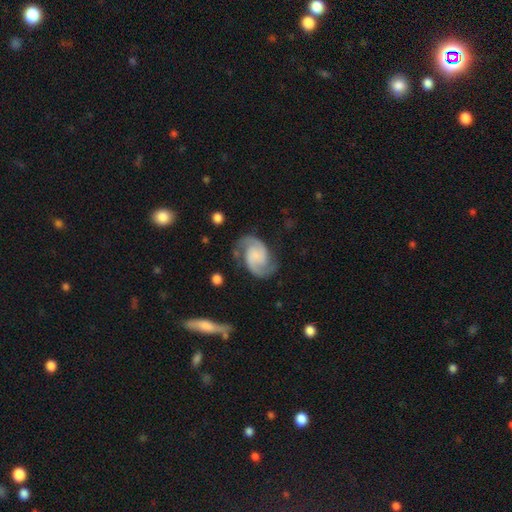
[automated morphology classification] This appears to be a featured or disk galaxy (86%) with no bar (60%), 2 (93%) medium (54%) spiral arms (97%) and no central bulge (51%). Merging: none (72%).